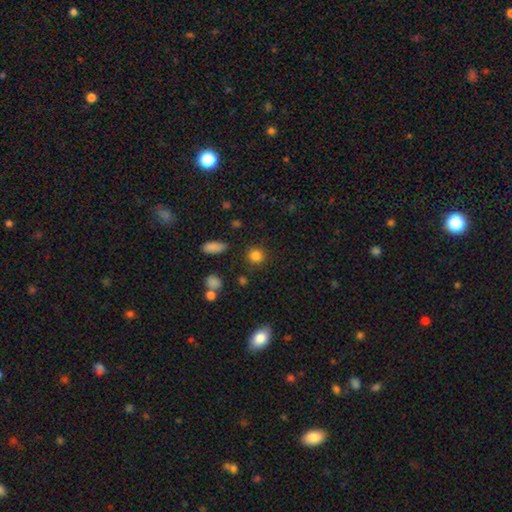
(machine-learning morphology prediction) smooth 83%, star or artifact 12%, featured or disk 5%. Down the decision tree: how rounded — round (88%); merging — none (87%).